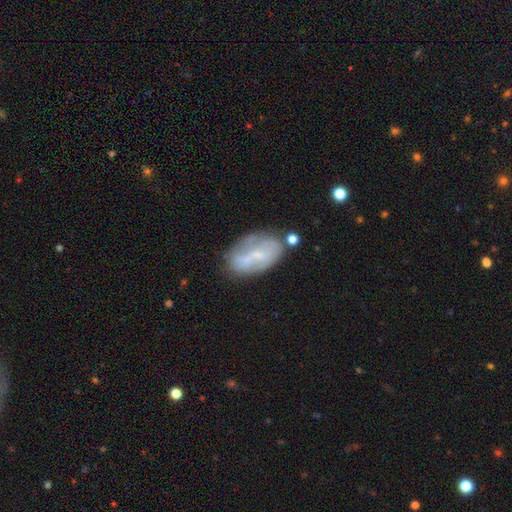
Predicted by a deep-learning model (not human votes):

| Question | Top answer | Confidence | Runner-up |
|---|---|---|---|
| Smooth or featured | featured or disk | 50% | smooth (42%) |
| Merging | none | 56% | minor disturbance (24%) |